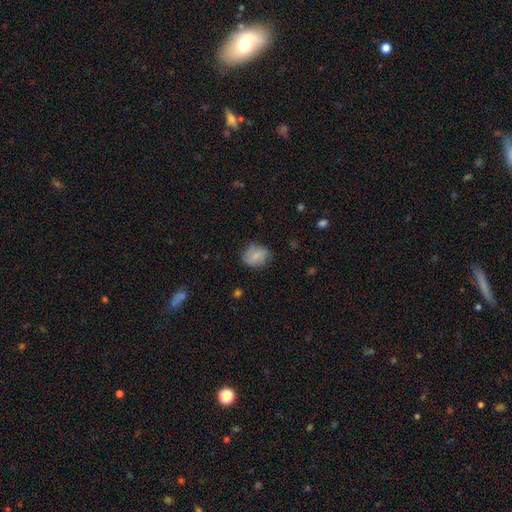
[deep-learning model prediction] A smooth galaxy with no disk features (72%) that is round (54%). Merging: none (70%).